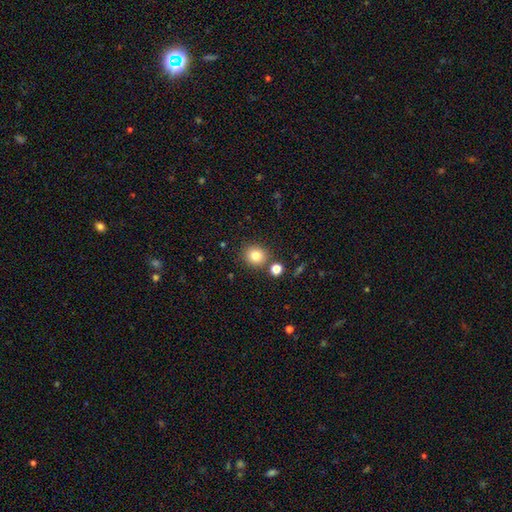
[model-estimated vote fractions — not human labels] smooth-or-featured: smooth: 81% | star or artifact: 12% | featured or disk: 8%
  how-rounded: round: 85% | in between: 14% | cigar-shaped: 1%
  merging: none: 82% | minor disturbance: 8% | merger: 7% | major disturbance: 2%